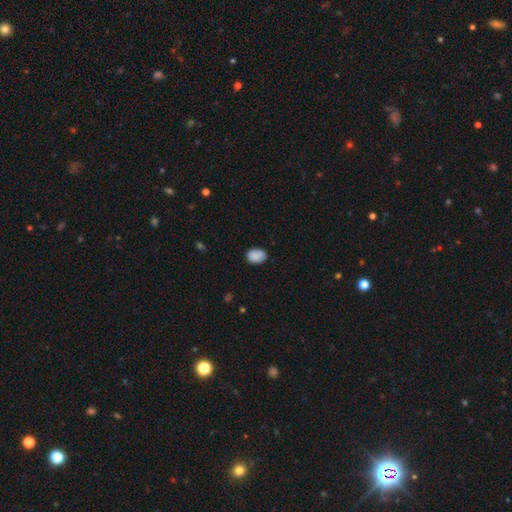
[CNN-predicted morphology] Overall: smooth (87%). How rounded: in between (76%). Merging: none (79%).